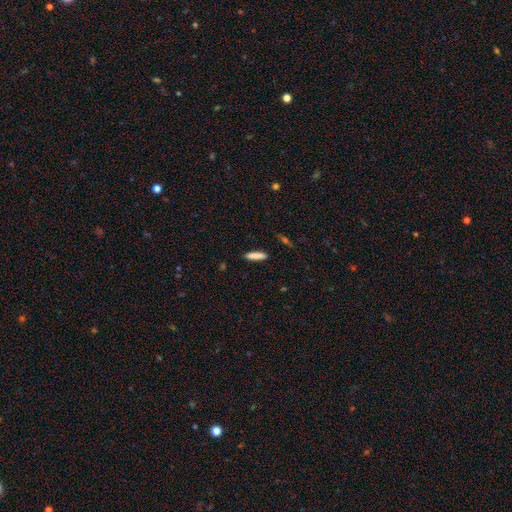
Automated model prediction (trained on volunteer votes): Smooth or featured? Predicted: smooth (p=0.85). How rounded? Predicted: cigar-shaped (p=0.80). Merging? Predicted: none (p=0.88).